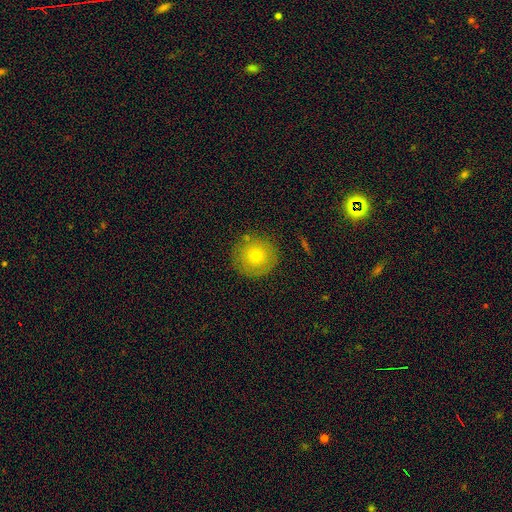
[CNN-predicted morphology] Smooth or featured? smooth (71%)
How rounded? round (95%)
Merging? none (85%)